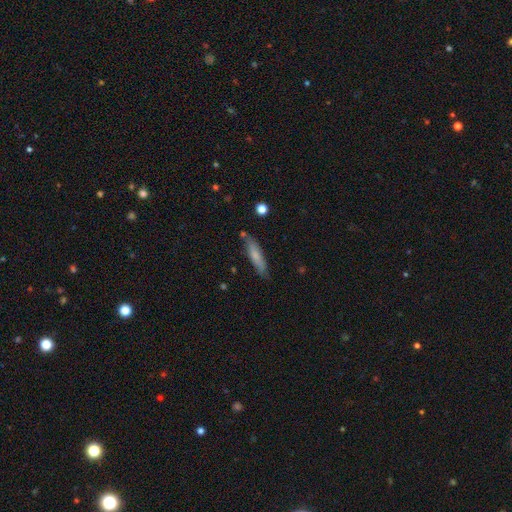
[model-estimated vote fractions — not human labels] Overall: smooth (71%). How rounded: cigar-shaped (78%). Merging: none (78%).